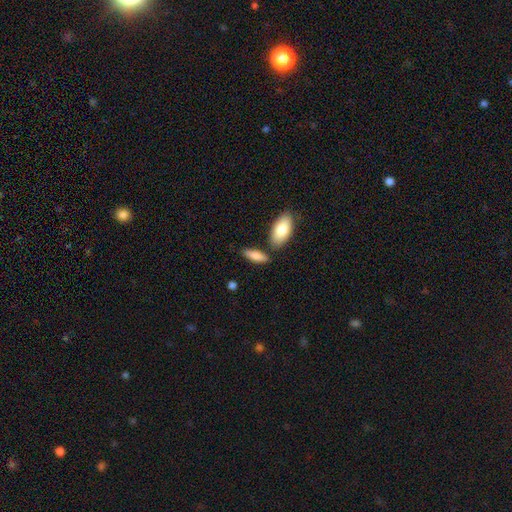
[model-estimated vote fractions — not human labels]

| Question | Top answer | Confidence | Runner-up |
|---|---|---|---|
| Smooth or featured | smooth | 82% | featured or disk (12%) |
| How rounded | in between | 64% | cigar-shaped (33%) |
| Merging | none | 71% | minor disturbance (14%) |